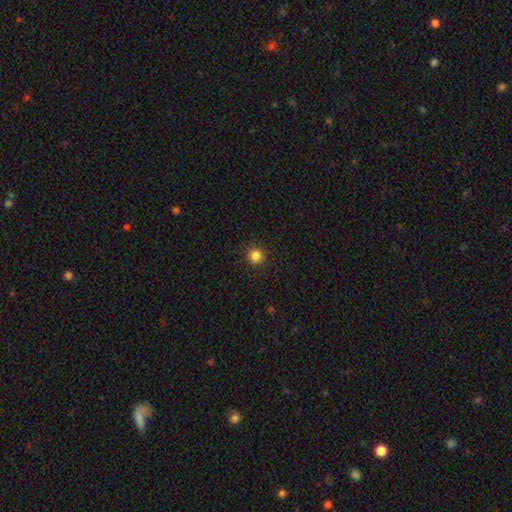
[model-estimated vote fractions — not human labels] Smooth or featured? Predicted: smooth (p=0.84). How rounded? Predicted: round (p=0.95). Merging? Predicted: none (p=0.92).